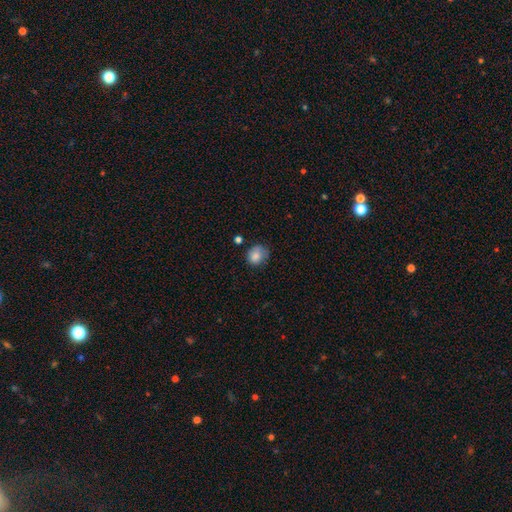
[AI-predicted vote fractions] This is clearly a smooth galaxy (81%). How rounded: likely round (70%). Merging: possibly none (56%).